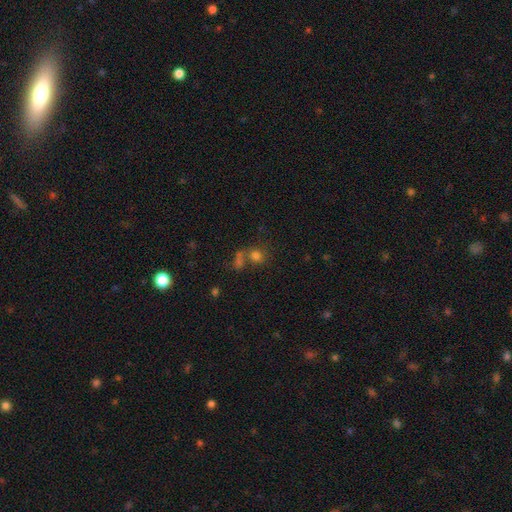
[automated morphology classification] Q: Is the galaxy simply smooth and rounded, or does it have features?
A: smooth — 73%.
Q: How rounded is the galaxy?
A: round — 70%.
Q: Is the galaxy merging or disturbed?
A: merger — 42%.